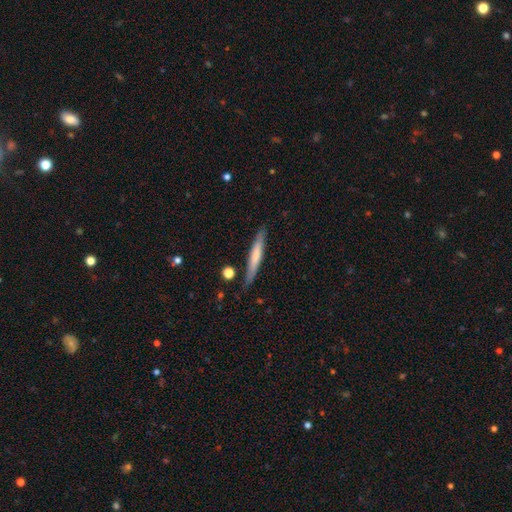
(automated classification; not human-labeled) This is possibly a smooth galaxy (58%). How rounded: clearly cigar-shaped (94%). Merging: clearly none (83%).